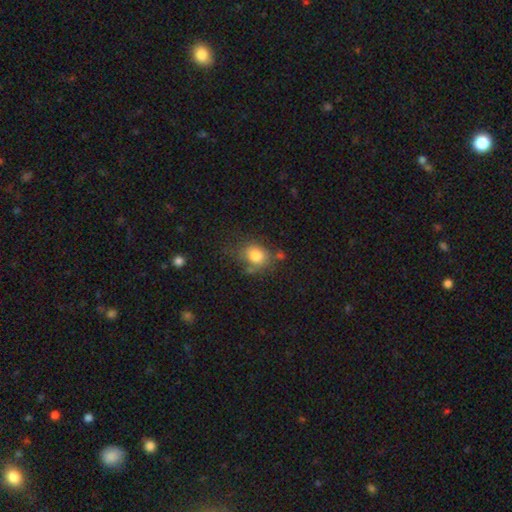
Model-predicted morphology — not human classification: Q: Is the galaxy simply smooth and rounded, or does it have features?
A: smooth — 78%.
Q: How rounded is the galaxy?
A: round — 61%.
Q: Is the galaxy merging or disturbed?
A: none — 59%.